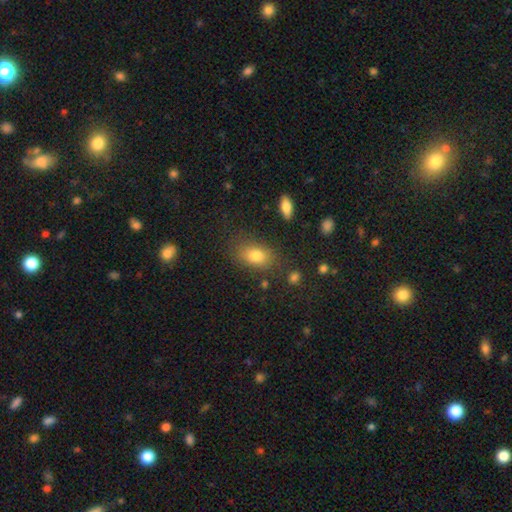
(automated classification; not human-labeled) Q: Smooth or featured?
A: smooth (79%); runner-up: star or artifact (11%)
Q: How rounded?
A: in between (83%); runner-up: round (14%)
Q: Merging?
A: none (78%); runner-up: minor disturbance (14%)